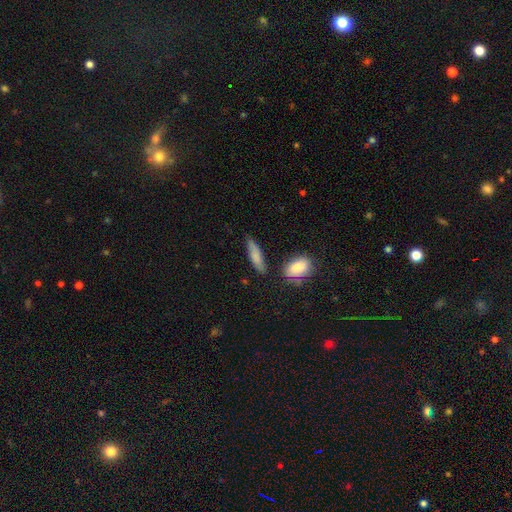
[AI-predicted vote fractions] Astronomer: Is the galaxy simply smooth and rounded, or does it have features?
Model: smooth — 74%.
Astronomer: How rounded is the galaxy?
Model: cigar-shaped — 61%.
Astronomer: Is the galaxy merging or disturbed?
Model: none — 68%.